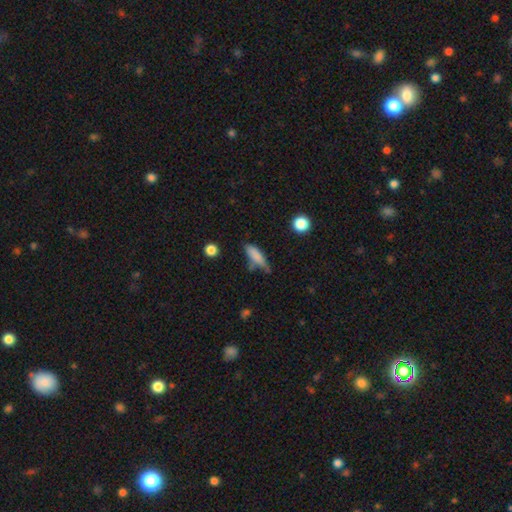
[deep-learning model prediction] smooth 75%, featured or disk 16%, star or artifact 9%. Down the decision tree: how rounded — cigar-shaped (54%); merging — none (46%).